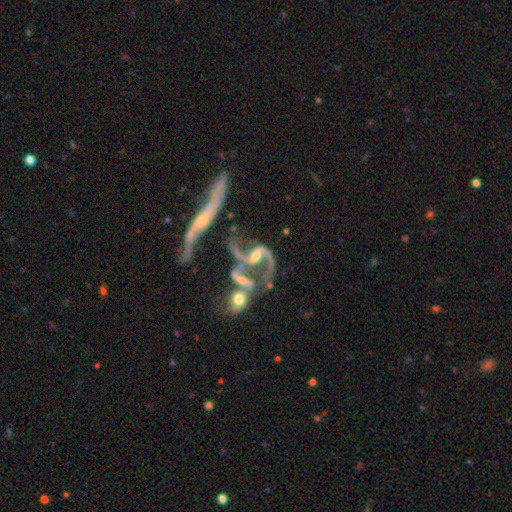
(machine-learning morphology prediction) Smooth or featured: featured or disk — 84% (smooth — 8%)
Edge-on disk: no — 94% (yes — 6%)
Bar: no — 47% (weak — 36%)
Spiral arms: yes — 89% (no — 11%)
Spiral winding: loose — 76% (medium — 19%)
Spiral arm count: 2 — 85% (1 — 6%)
Bulge size: small — 42% (moderate — 39%)
Merging: merger — 47% (none — 22%)